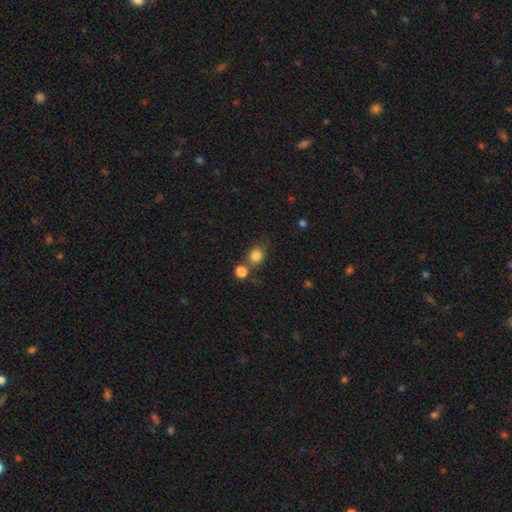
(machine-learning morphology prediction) This appears to be a smooth galaxy with no disk features (82%) that is round (63%). Merging: none (53%).